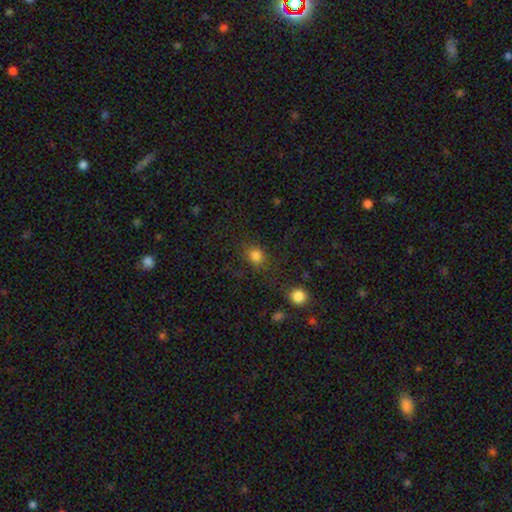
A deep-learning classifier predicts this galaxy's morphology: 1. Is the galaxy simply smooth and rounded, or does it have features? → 79% smooth, 15% star or artifact, 5% featured or disk.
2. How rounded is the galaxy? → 74% round, 24% in between, 1% cigar-shaped.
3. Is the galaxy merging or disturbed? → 75% none, 13% minor disturbance, 7% major disturbance, 5% merger.